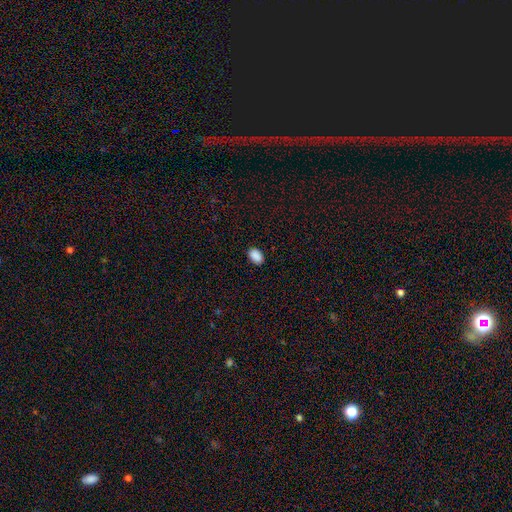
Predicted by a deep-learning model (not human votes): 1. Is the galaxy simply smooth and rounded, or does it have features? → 89% smooth, 8% star or artifact, 2% featured or disk.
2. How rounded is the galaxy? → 86% in between, 13% round, 1% cigar-shaped.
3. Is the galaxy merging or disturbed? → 89% none, 9% minor disturbance, 2% major disturbance, 1% merger.